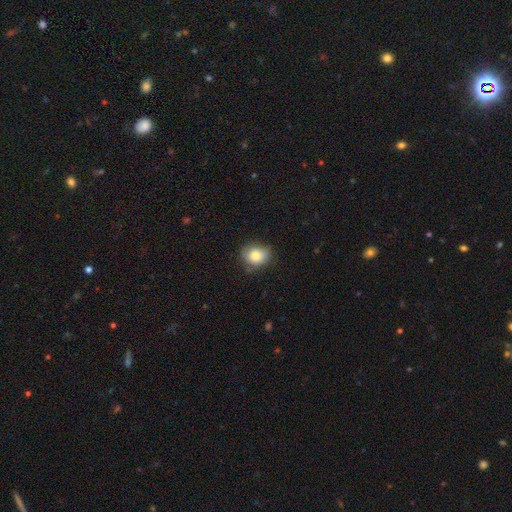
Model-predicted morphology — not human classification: Smooth or featured? Predicted: smooth (p=0.81). How rounded? Predicted: round (p=0.63). Merging? Predicted: none (p=0.71).